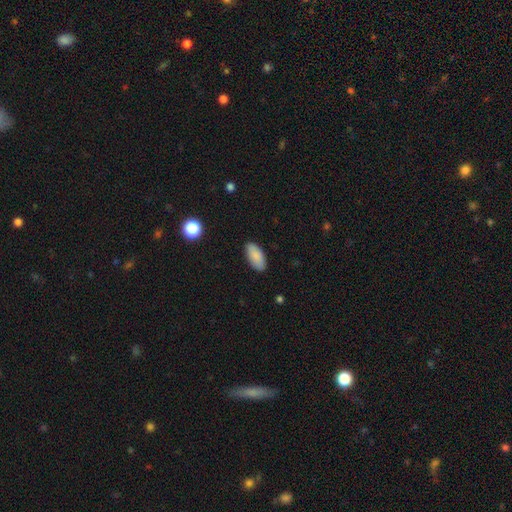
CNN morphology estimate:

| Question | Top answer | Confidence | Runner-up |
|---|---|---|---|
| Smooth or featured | smooth | 86% | featured or disk (7%) |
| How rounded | in between | 91% | cigar-shaped (7%) |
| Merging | none | 86% | minor disturbance (11%) |